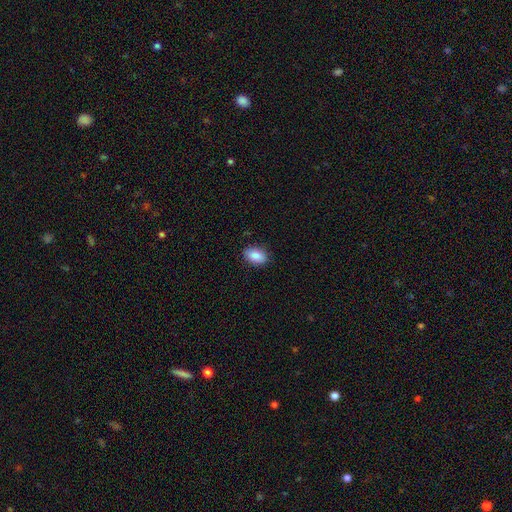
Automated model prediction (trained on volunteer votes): Smooth or featured? Predicted: smooth (p=0.87). How rounded? Predicted: in between (p=0.89). Merging? Predicted: none (p=0.87).